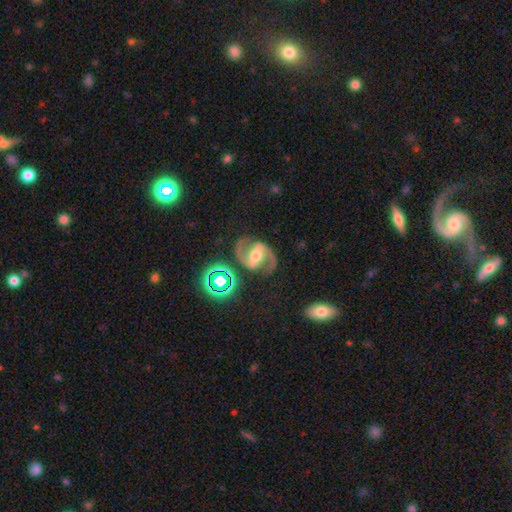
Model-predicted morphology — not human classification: This appears to be a featured or disk galaxy (89%) with a strong bar (49%), 2 (94%) medium (62%) spiral arms (98%) and a moderate central bulge (62%). Merging: none (80%).